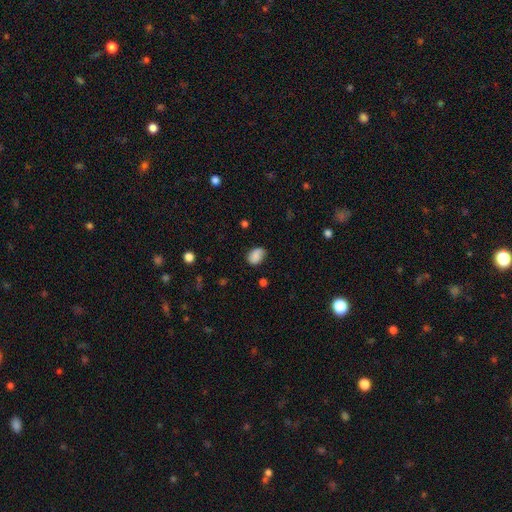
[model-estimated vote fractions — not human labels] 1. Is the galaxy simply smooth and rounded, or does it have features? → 81% smooth, 10% featured or disk, 9% star or artifact.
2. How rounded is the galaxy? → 75% in between, 24% round, 1% cigar-shaped.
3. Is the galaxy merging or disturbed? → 69% none, 24% minor disturbance, 5% major disturbance, 2% merger.